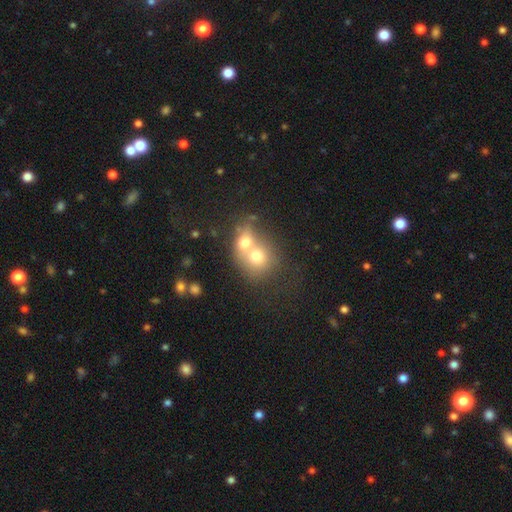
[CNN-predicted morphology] smooth_or_featured: smooth (p=0.65) [alt: featured or disk p=0.24]
how_rounded: round (p=0.70) [alt: in between p=0.29]
merging: merger (p=0.72) [alt: none p=0.19]